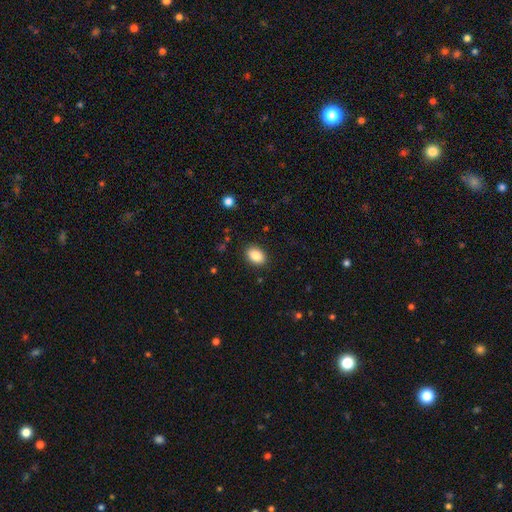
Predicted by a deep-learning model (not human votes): The model was most divided on "how rounded": in between: 79%, round: 20%, cigar-shaped: 1%. More confident: merging — none (88%); smooth or featured — smooth (87%).